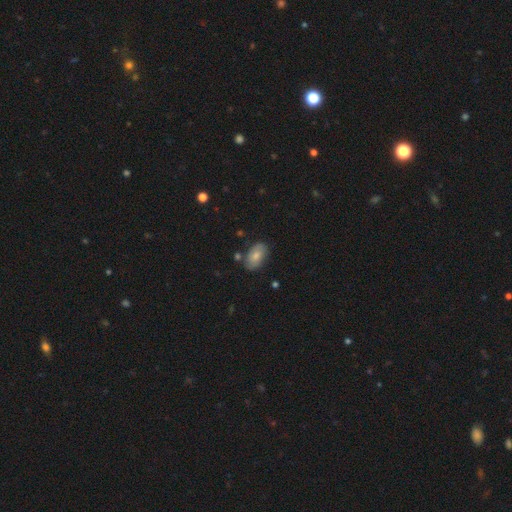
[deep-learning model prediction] This appears to be a smooth galaxy with no disk features (70%) that is in between round and cigar-shaped (91%). Merging: none (75%).